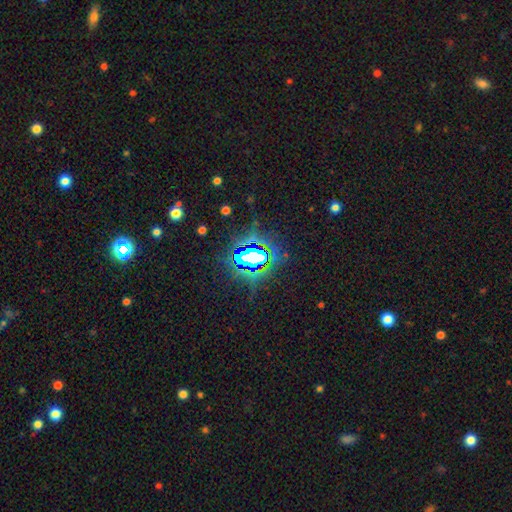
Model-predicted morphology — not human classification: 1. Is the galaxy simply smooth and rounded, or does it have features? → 78% star or artifact, 12% smooth, 10% featured or disk.